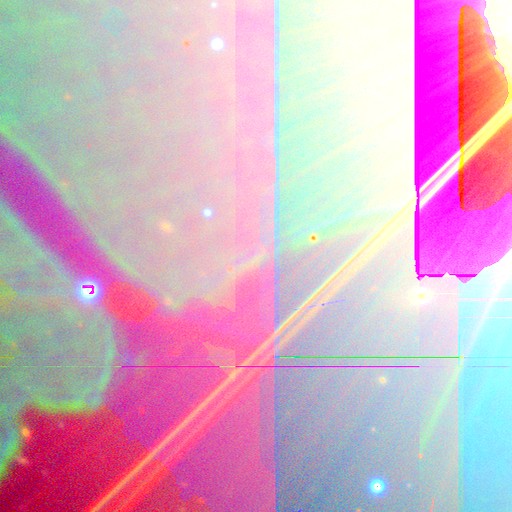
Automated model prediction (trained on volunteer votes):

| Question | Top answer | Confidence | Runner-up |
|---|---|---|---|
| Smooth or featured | star or artifact | 87% | featured or disk (7%) |